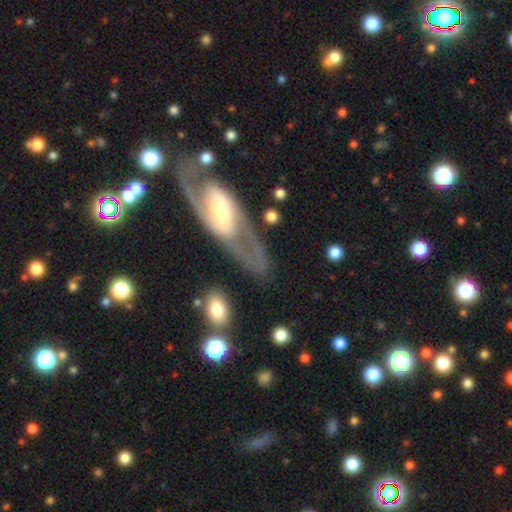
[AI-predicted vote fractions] featured or disk 77%, smooth 16%, star or artifact 6%. Down the decision tree: edge-on disk — no (87%); bar — weak (37%); spiral arms — yes (82%); spiral arm count — 2 (83%); spiral winding — medium (48%); bulge size — moderate (39%); merging — none (71%).